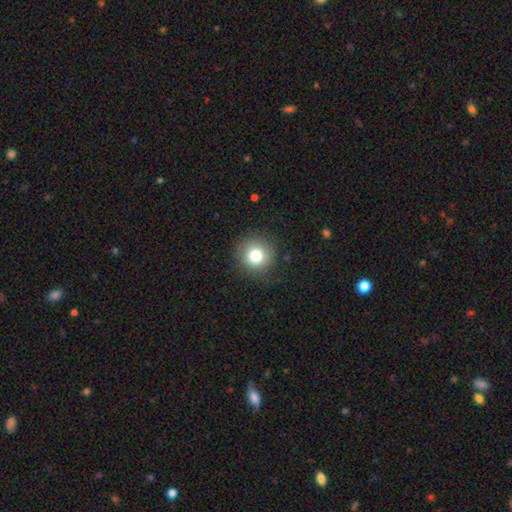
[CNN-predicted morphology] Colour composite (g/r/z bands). It shows a smooth galaxy with no disk features (80%) that is round (93%). Merging: none (87%).